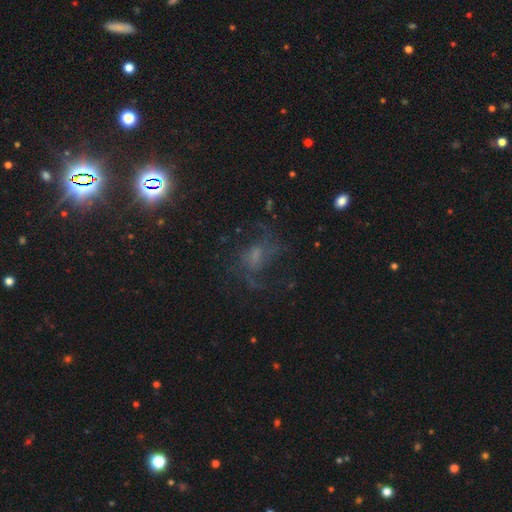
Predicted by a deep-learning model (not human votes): A featured or disk galaxy (54%) with no bar (63%), spiral arms (73%) and a small central bulge (31%). Merging: none (53%).